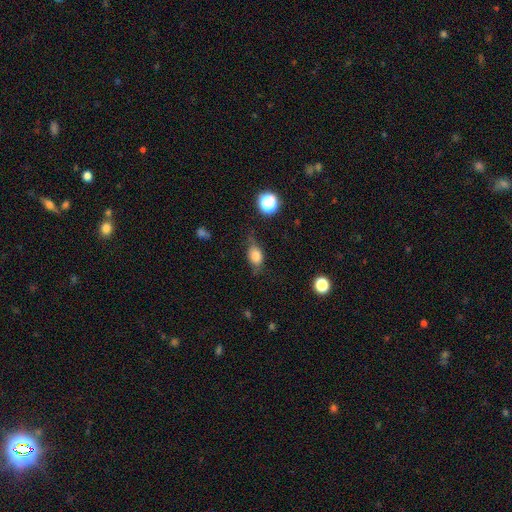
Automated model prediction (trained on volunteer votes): Smooth or featured?
  - smooth: 72% *
  - featured or disk: 17%
  - star or artifact: 10%
How rounded?
  - in between: 74% *
  - round: 21%
  - cigar-shaped: 5%
Merging?
  - none: 60% *
  - minor disturbance: 28%
  - major disturbance: 10%
  - merger: 2%